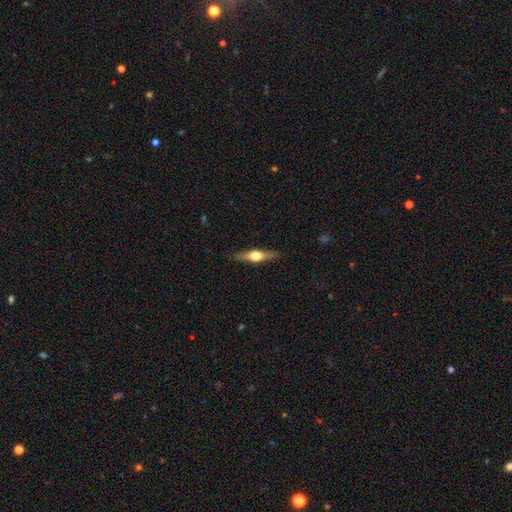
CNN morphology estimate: The model was most divided on "smooth or featured": featured or disk: 65%, smooth: 29%, star or artifact: 6%. More confident: edge-on disk — yes (97%); edge-on bulge — rounded (96%); merging — none (90%).